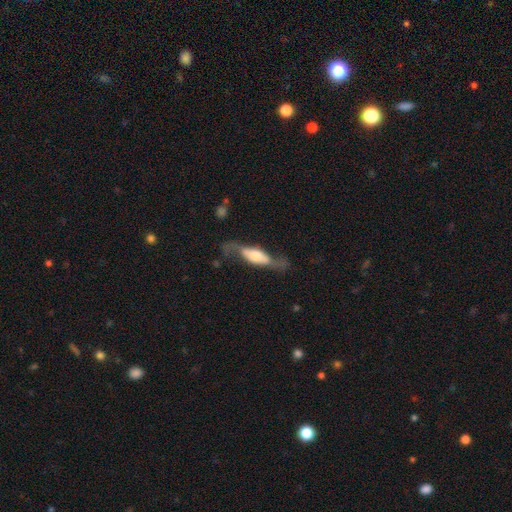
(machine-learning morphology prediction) featured or disk 64%, smooth 31%, star or artifact 6%. Down the decision tree: edge-on disk — no (51%); merging — none (56%).